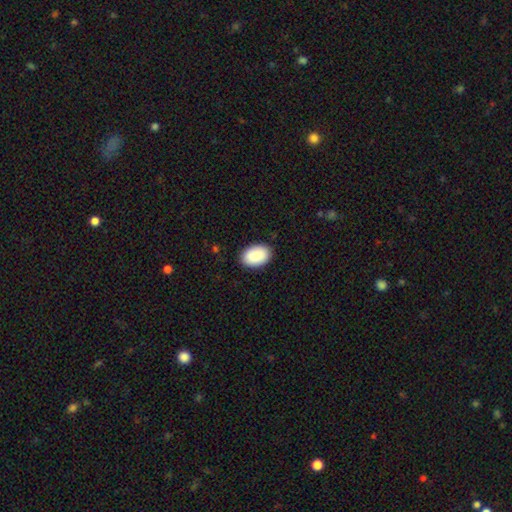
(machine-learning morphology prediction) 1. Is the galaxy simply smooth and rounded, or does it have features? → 89% smooth, 6% star or artifact, 5% featured or disk.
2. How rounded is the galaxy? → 89% in between, 10% round, 1% cigar-shaped.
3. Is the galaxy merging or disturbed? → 89% none, 8% minor disturbance, 2% major disturbance, 1% merger.